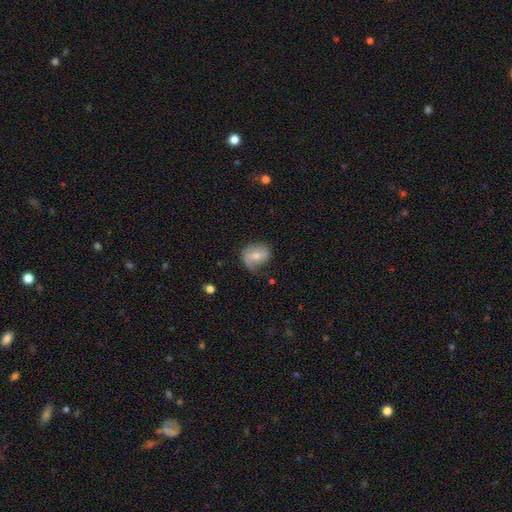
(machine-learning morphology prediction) smooth_or_featured: smooth (p=0.53) [alt: featured or disk p=0.39]
how_rounded: round (p=0.60) [alt: in between p=0.39]
merging: none (p=0.51) [alt: minor disturbance p=0.33]